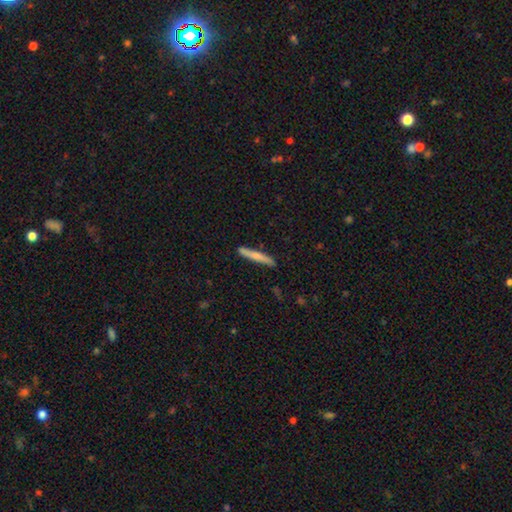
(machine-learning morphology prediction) A smooth galaxy with no disk features (68%) that is cigar-shaped (95%). Merging: none (87%).